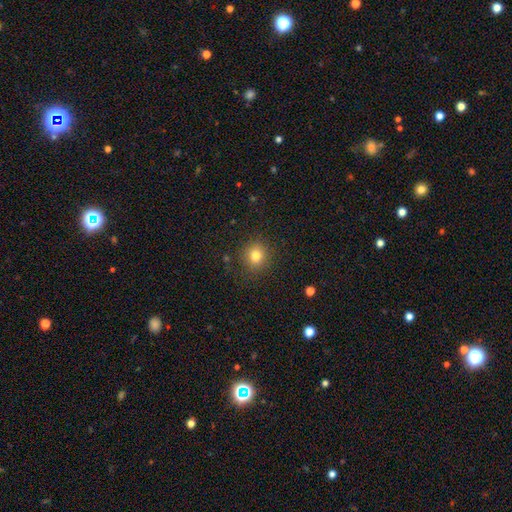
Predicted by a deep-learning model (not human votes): A smooth galaxy with no disk features (80%) that is round (87%).

Vote fractions:
- Smooth or featured? smooth: 80% / star or artifact: 13% / featured or disk: 7%
- How rounded? round: 87% / in between: 12% / cigar-shaped: 1%
- Merging? none: 88% / minor disturbance: 8% / major disturbance: 3% / merger: 1%